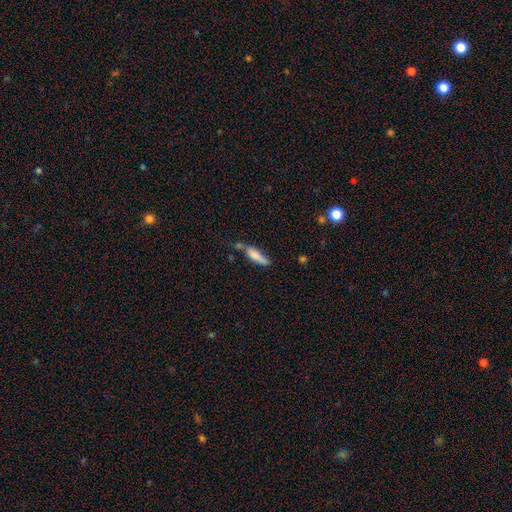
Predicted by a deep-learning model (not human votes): Morphology: type=smooth (75%); roundness=cigar-shaped (65%); merging=none (42%).